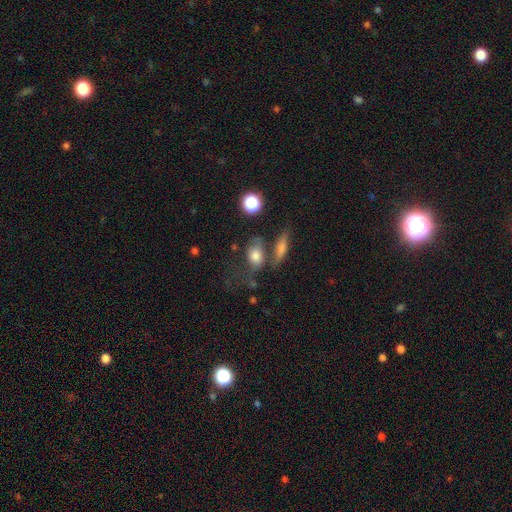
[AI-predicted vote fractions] Smooth or featured? smooth (75%)
How rounded? in between (71%)
Merging? none (43%)